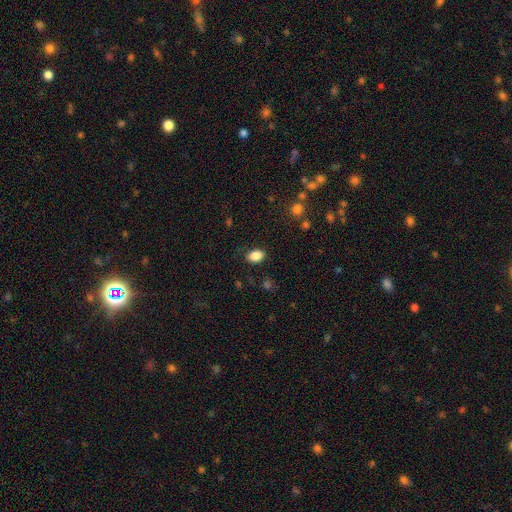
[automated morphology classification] Smooth or featured? Predicted: smooth (p=0.87). How rounded? Predicted: in between (p=0.80). Merging? Predicted: none (p=0.84).